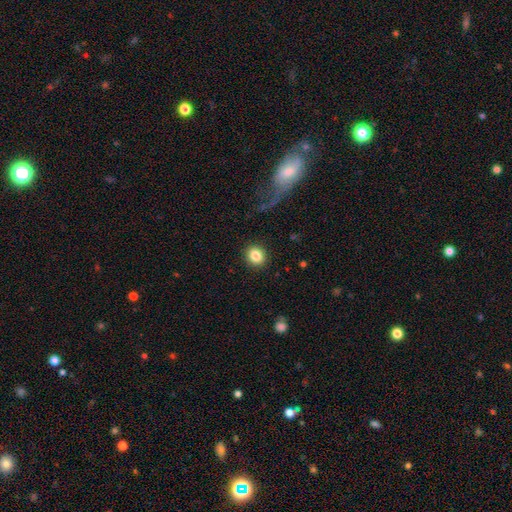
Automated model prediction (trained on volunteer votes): This appears to be a smooth galaxy with no disk features (85%) that is round (76%). Merging: none (90%).